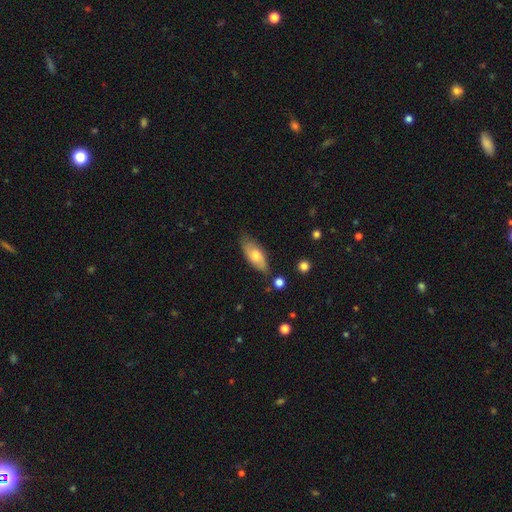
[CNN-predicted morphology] smooth_or_featured: smooth (p=0.65) [alt: featured or disk p=0.29]
how_rounded: in between (p=0.82) [alt: cigar-shaped p=0.16]
merging: none (p=0.70) [alt: minor disturbance p=0.23]